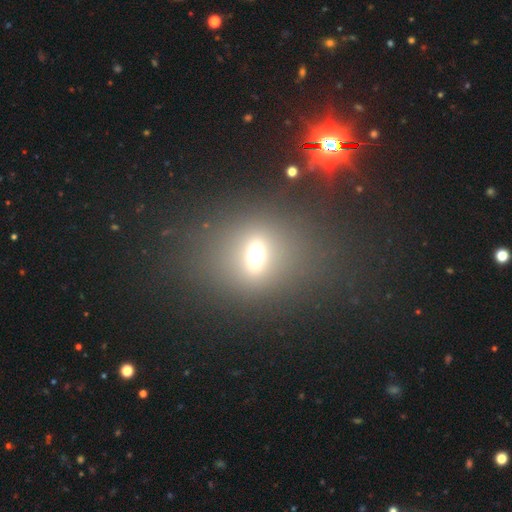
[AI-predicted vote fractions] Smooth or featured? Predicted: smooth (p=0.60). How rounded? Predicted: in between (p=0.50). Merging? Predicted: none (p=0.73).